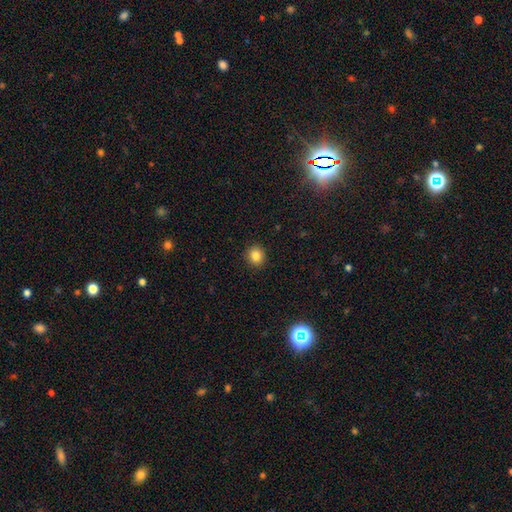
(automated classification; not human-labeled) Smooth or featured? Predicted: smooth (p=0.84). How rounded? Predicted: round (p=0.84). Merging? Predicted: none (p=0.92).